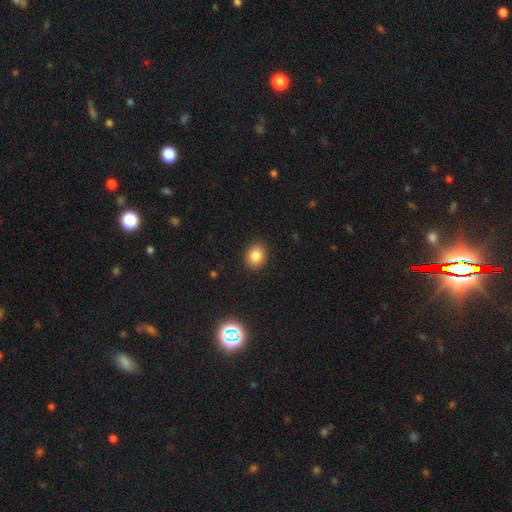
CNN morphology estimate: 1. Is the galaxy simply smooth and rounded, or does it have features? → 84% smooth, 11% star or artifact, 6% featured or disk.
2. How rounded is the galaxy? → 57% round, 42% in between, 1% cigar-shaped.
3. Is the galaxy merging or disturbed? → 90% none, 7% minor disturbance, 2% major disturbance, 1% merger.